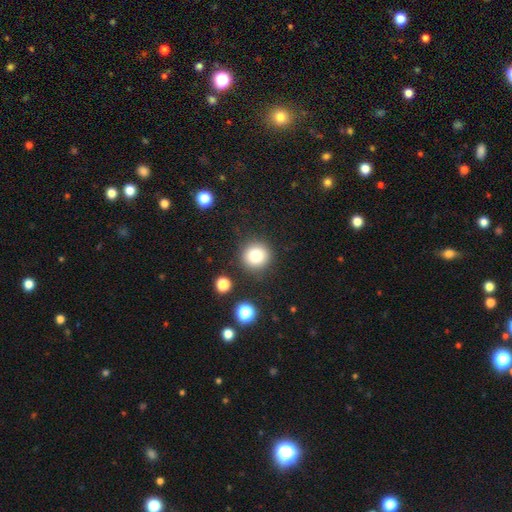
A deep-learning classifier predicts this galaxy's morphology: smooth-or-featured: smooth: 80% | star or artifact: 12% | featured or disk: 8%
  how-rounded: round: 93% | in between: 6% | cigar-shaped: 1%
  merging: none: 87% | minor disturbance: 7% | merger: 3% | major disturbance: 3%